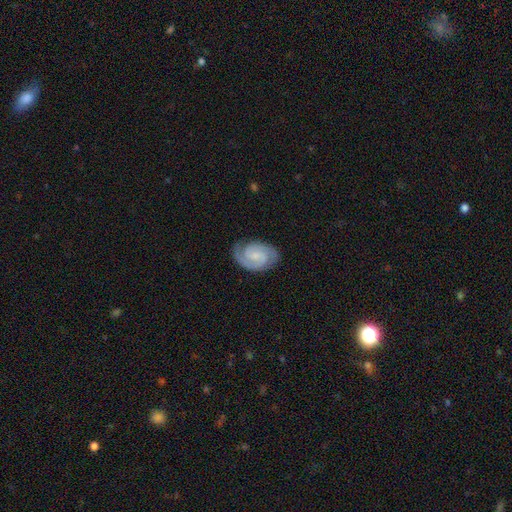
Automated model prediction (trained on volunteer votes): Q: Smooth or featured?
A: featured or disk (88%); runner-up: smooth (8%)
Q: Edge-on disk?
A: no (98%); runner-up: yes (2%)
Q: Bar?
A: weak (45%); tied with: no (45%)
Q: Spiral arms?
A: yes (98%); runner-up: no (2%)
Q: Spiral winding?
A: tight (54%); runner-up: medium (40%)
Q: Spiral arm count?
A: 2 (91%); runner-up: can't tell (3%)
Q: Bulge size?
A: small (54%); runner-up: none (22%)
Q: Merging?
A: none (83%); runner-up: minor disturbance (13%)